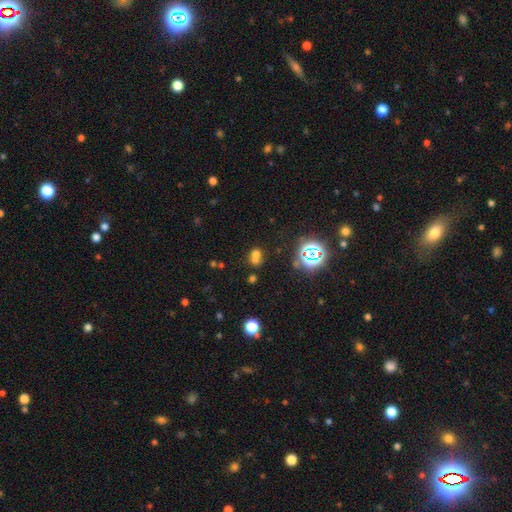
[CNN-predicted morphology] smooth-or-featured: smooth: 57% | star or artifact: 28% | featured or disk: 15%
  how-rounded: round: 55% | in between: 43% | cigar-shaped: 2%
  merging: merger: 51% | none: 35% | minor disturbance: 9% | major disturbance: 5%